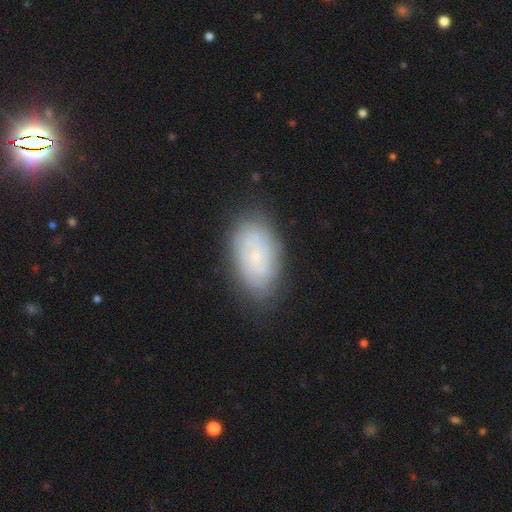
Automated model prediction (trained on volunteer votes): Morphology: type=featured or disk (51%); edge-on=no (94%); merging=none (78%).